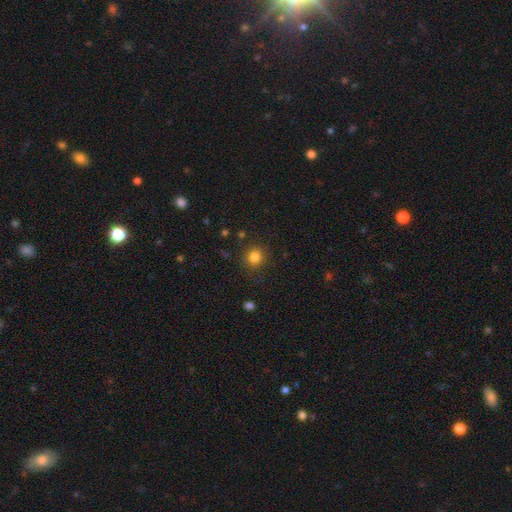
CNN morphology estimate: smooth-or-featured: smooth: 82% | star or artifact: 13% | featured or disk: 5%
  how-rounded: round: 91% | in between: 8% | cigar-shaped: 1%
  merging: none: 88% | minor disturbance: 7% | major disturbance: 3% | merger: 1%